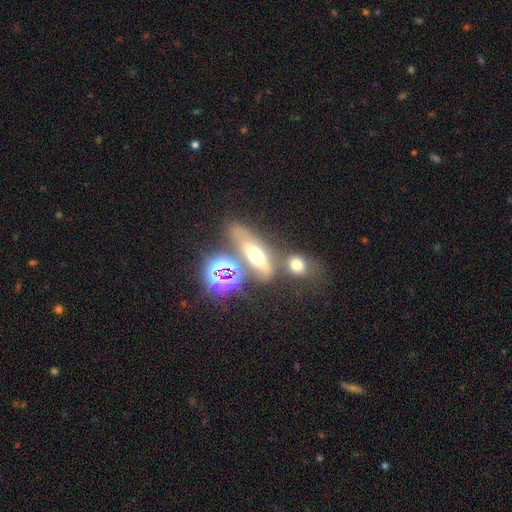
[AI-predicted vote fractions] smooth 46%, featured or disk 31%, star or artifact 23%. Down the decision tree: merging — none (56%).